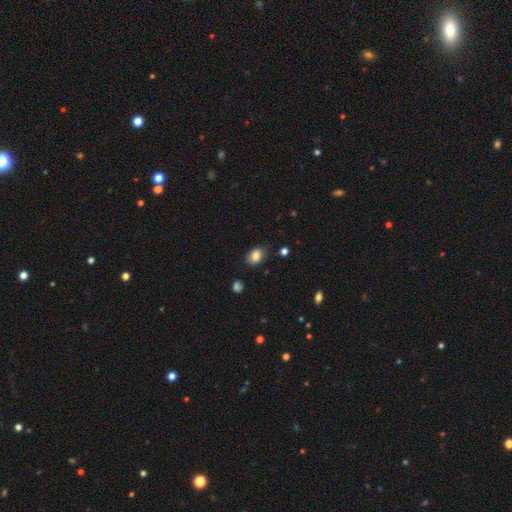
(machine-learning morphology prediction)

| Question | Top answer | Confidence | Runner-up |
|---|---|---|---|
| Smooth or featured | smooth | 85% | star or artifact (9%) |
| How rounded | in between | 75% | round (24%) |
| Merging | none | 81% | minor disturbance (14%) |